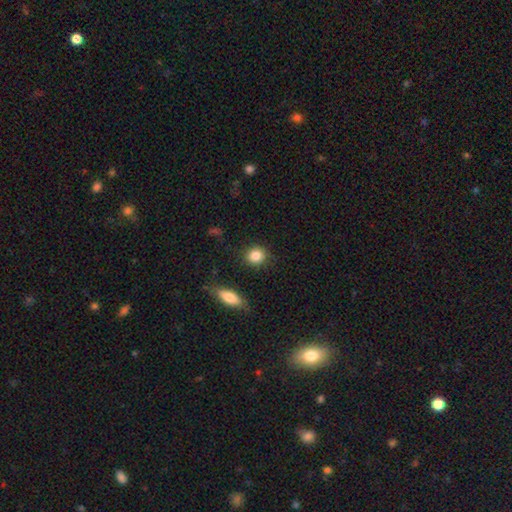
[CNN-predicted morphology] This appears to be a smooth galaxy with no disk features (86%) that is round (80%). Merging: none (85%).